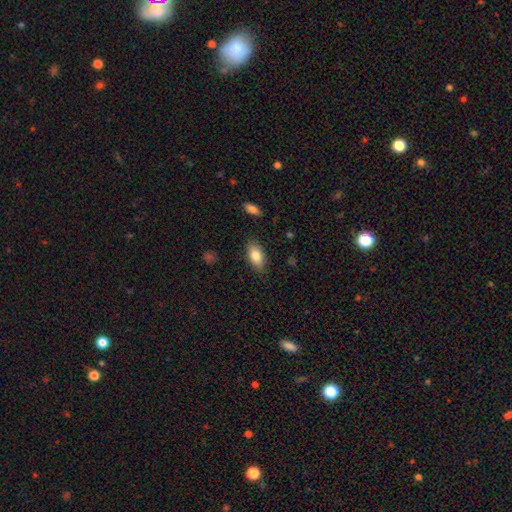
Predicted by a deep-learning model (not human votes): smooth 84%, featured or disk 9%, star or artifact 7%. Down the decision tree: how rounded — in between (90%); merging — none (83%).